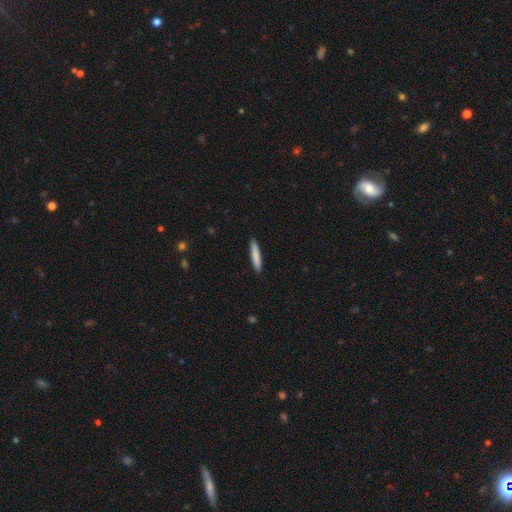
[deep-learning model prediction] smooth-or-featured: smooth: 82% | featured or disk: 12% | star or artifact: 5%
  how-rounded: cigar-shaped: 93% | in between: 6% | round: 1%
  merging: none: 91% | minor disturbance: 6% | major disturbance: 1% | merger: 1%